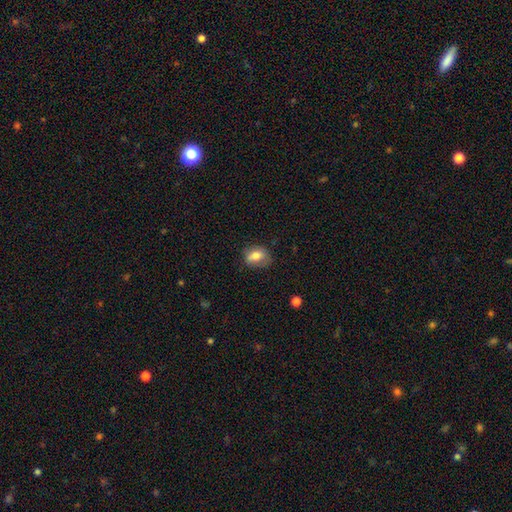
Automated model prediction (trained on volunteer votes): Overall: smooth (72%). How rounded: in between (64%; round 35%). Merging: none (67%).